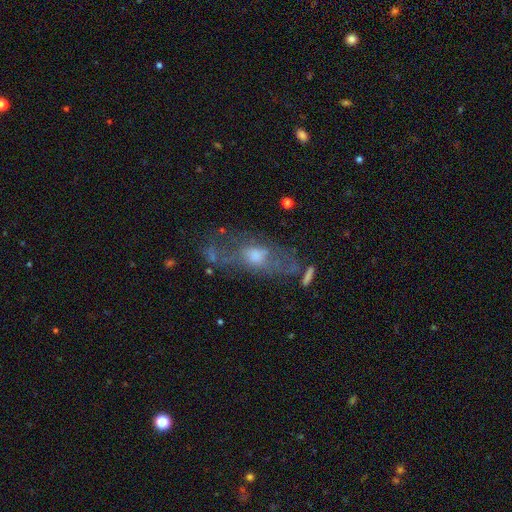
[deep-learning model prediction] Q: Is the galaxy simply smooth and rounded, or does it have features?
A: featured or disk — 58%.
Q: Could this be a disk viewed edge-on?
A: no — 76%.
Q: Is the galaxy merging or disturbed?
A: none — 46%.